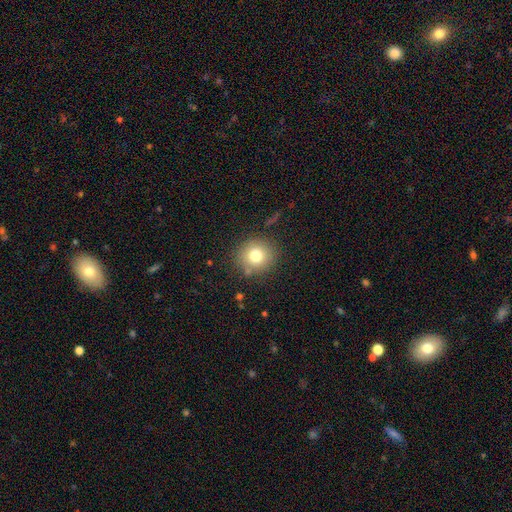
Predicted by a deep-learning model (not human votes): This is likely a smooth galaxy (77%). How rounded: clearly round (88%). Merging: clearly none (84%).